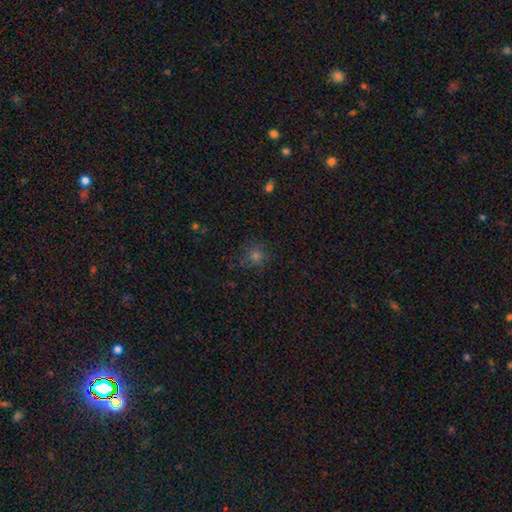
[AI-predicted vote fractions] smooth_or_featured: smooth (p=0.65) [alt: star or artifact p=0.27]
how_rounded: round (p=0.90) [alt: in between p=0.09]
merging: none (p=0.81) [alt: minor disturbance p=0.13]